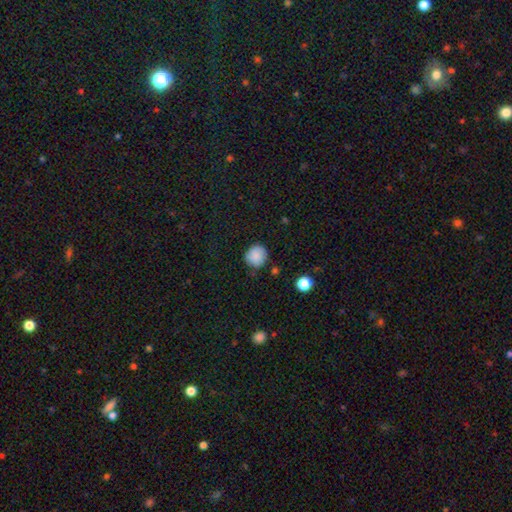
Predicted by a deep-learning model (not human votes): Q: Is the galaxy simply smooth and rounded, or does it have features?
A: smooth — 87%.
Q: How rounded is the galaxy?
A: round — 90%.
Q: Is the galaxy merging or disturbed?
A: none — 80%.